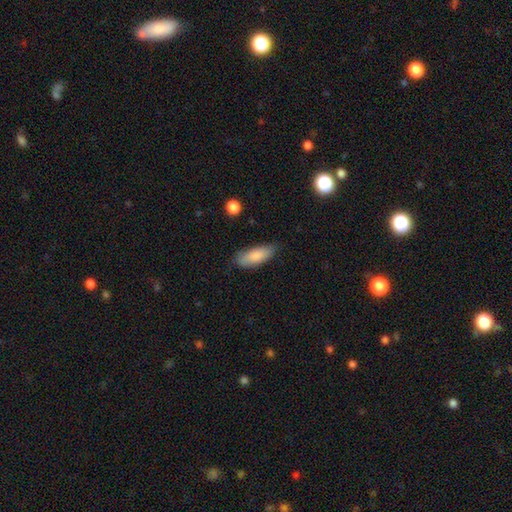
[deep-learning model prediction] Q: Smooth or featured?
A: smooth (84%); runner-up: featured or disk (10%)
Q: How rounded?
A: in between (74%); runner-up: cigar-shaped (24%)
Q: Merging?
A: none (75%); runner-up: minor disturbance (20%)